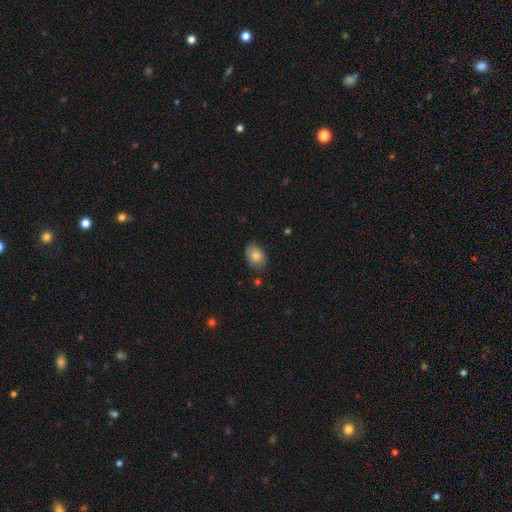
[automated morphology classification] Q: Smooth or featured?
A: smooth (80%); runner-up: featured or disk (12%)
Q: How rounded?
A: in between (80%); runner-up: round (19%)
Q: Merging?
A: none (77%); runner-up: minor disturbance (18%)